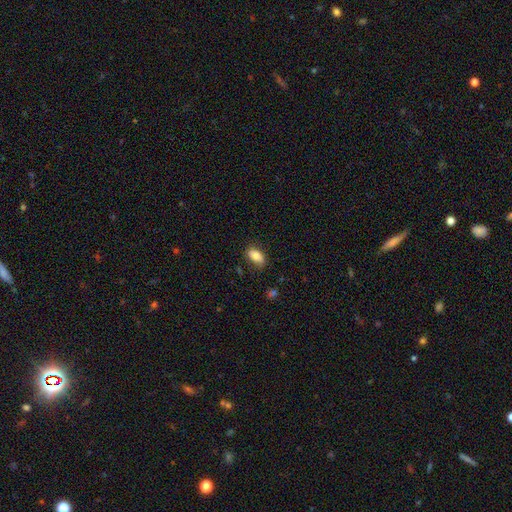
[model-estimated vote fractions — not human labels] A smooth galaxy with no disk features (82%) that is in between round and cigar-shaped (91%). Merging: none (74%).